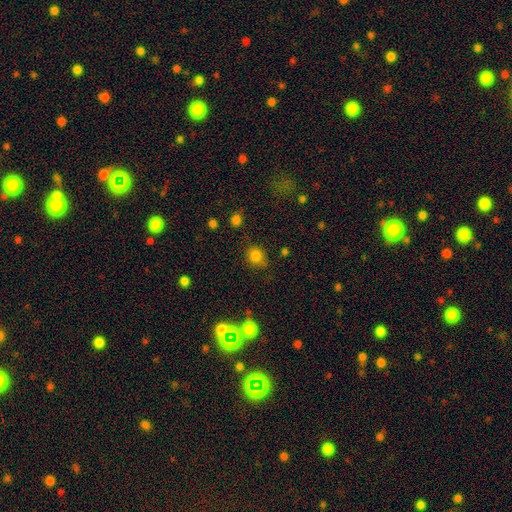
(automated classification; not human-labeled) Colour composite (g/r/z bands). It shows a smooth galaxy with no disk features (81%) that is round (74%). Merging: none (74%).